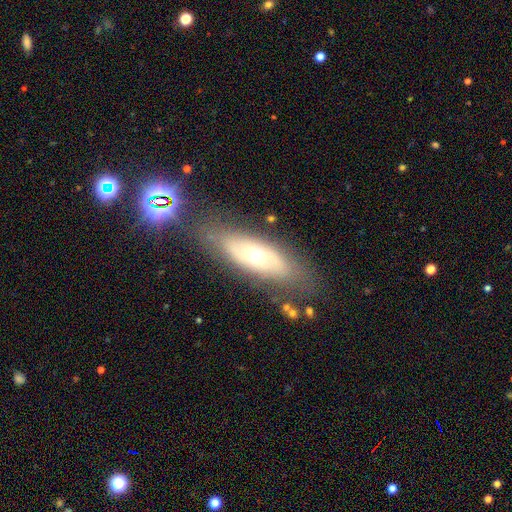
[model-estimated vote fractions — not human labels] smooth-or-featured: featured or disk: 50% | smooth: 39% | star or artifact: 10%
  disk-edge-on: no: 72% | yes: 28%
  merging: none: 71% | minor disturbance: 17% | major disturbance: 7% | merger: 5%